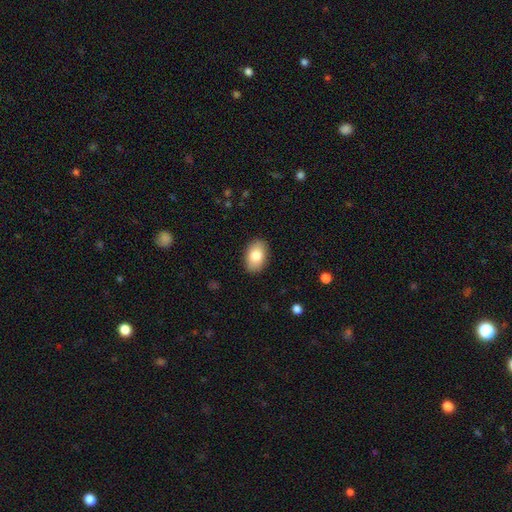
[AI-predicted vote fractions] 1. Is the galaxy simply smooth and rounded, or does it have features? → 84% smooth, 10% featured or disk, 6% star or artifact.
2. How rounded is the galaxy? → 90% in between, 9% round, 1% cigar-shaped.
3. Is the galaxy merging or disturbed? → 88% none, 9% minor disturbance, 2% major disturbance, 1% merger.